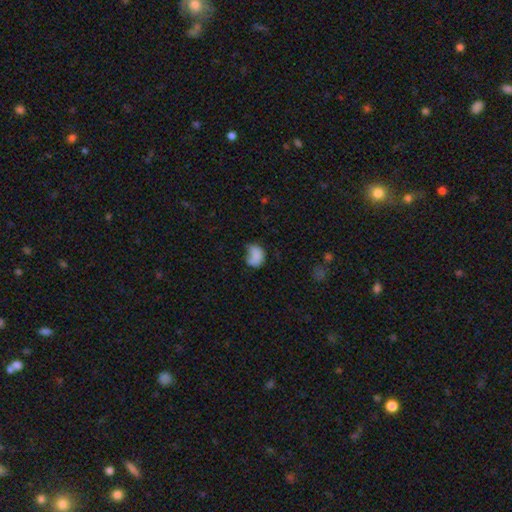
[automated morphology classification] smooth 73%, featured or disk 18%, star or artifact 9%. Down the decision tree: how rounded — in between (59%); merging — minor disturbance (33%).